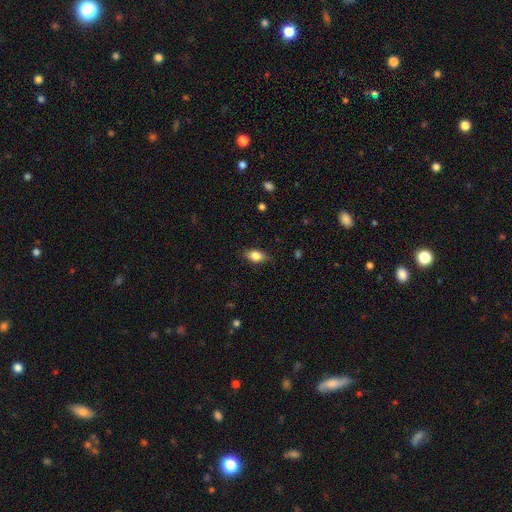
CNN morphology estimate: The model was most divided on "merging": none: 83%, minor disturbance: 13%, major disturbance: 3%, merger: 1%. More confident: how rounded — in between (86%); smooth or featured — smooth (82%).